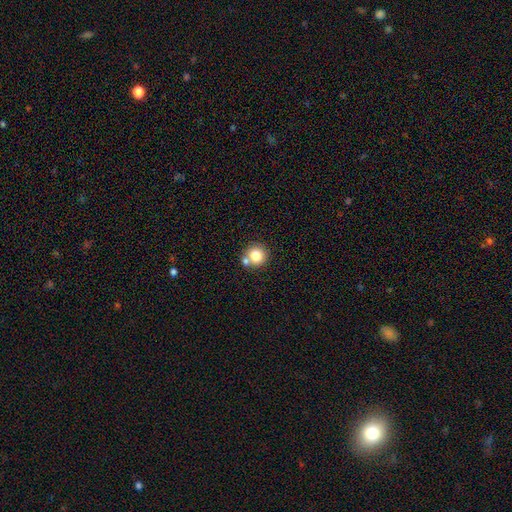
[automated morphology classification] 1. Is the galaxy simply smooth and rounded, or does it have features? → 80% smooth, 10% star or artifact, 10% featured or disk.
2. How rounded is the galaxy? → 91% round, 8% in between, 1% cigar-shaped.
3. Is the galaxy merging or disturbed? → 62% none, 27% merger, 9% minor disturbance, 3% major disturbance.